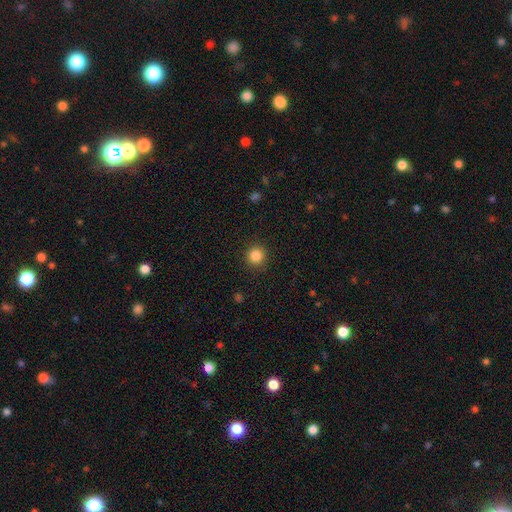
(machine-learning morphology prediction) Smooth or featured? smooth (85%)
How rounded? round (94%)
Merging? none (91%)